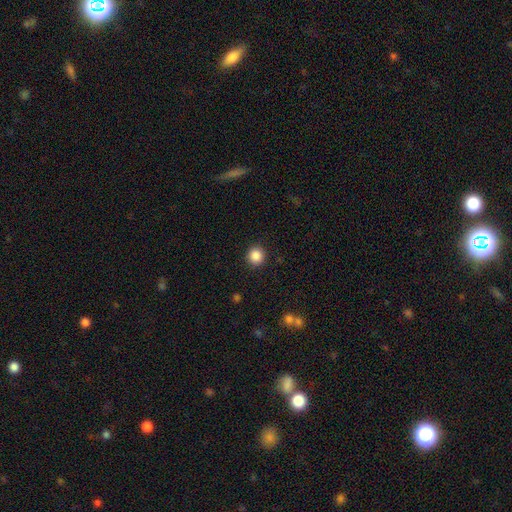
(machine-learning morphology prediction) smooth 86%, star or artifact 10%, featured or disk 3%. Down the decision tree: how rounded — round (93%); merging — none (92%).